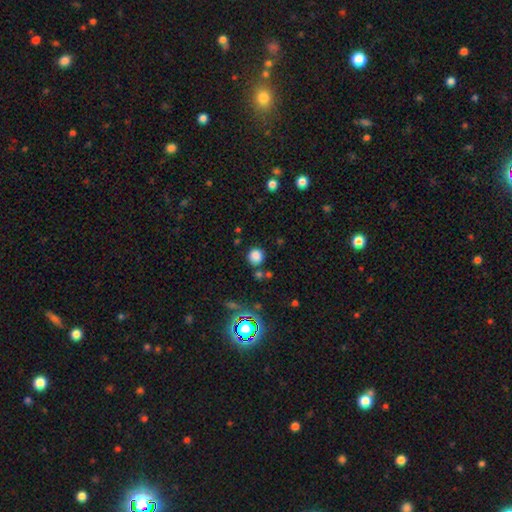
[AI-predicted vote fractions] Overall: smooth (80%). How rounded: round (90%). Merging: none (80%).